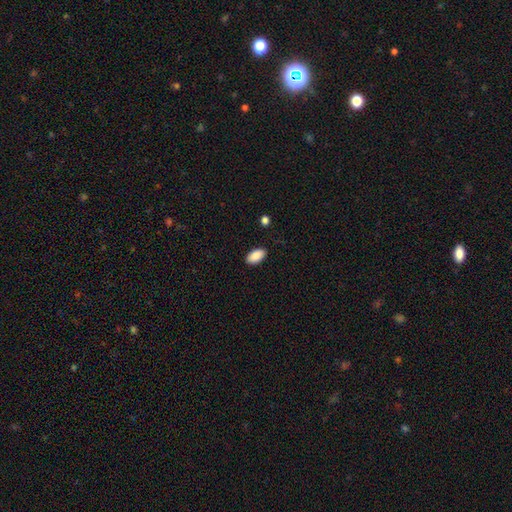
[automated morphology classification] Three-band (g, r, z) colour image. It shows a smooth galaxy with no disk features (90%) that is in between round and cigar-shaped (94%). Merging: none (88%).